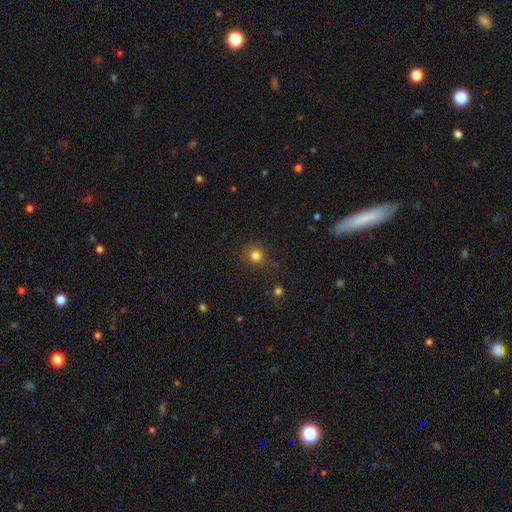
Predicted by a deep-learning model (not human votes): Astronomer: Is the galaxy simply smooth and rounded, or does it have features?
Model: smooth — 80%.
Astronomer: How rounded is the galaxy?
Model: round — 91%.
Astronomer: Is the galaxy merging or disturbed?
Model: none — 85%.